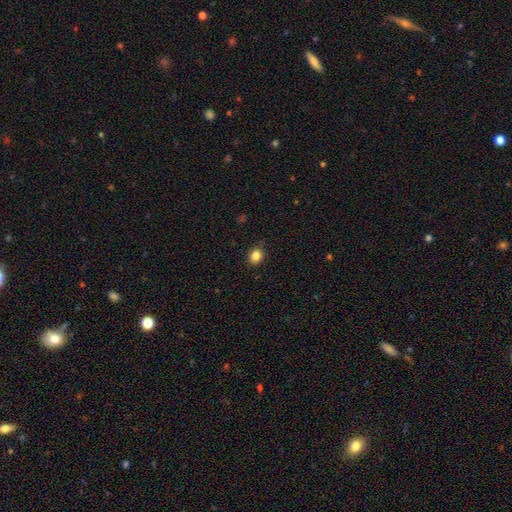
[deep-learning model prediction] smooth-or-featured: smooth: 84% | star or artifact: 11% | featured or disk: 5%
  how-rounded: round: 73% | in between: 27% | cigar-shaped: 1%
  merging: none: 87% | minor disturbance: 10% | major disturbance: 2% | merger: 1%